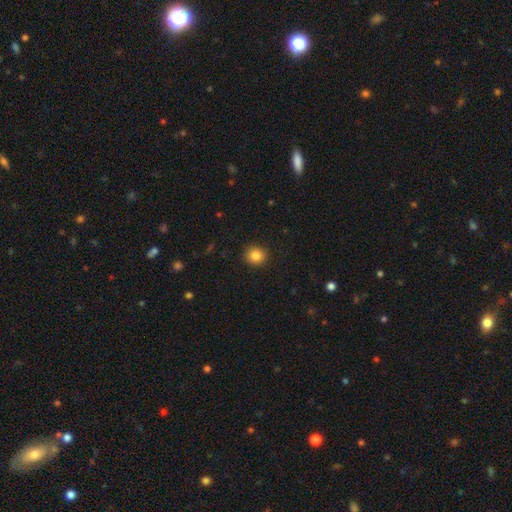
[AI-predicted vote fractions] This is clearly a smooth galaxy (84%). How rounded: clearly round (88%). Merging: clearly none (91%).